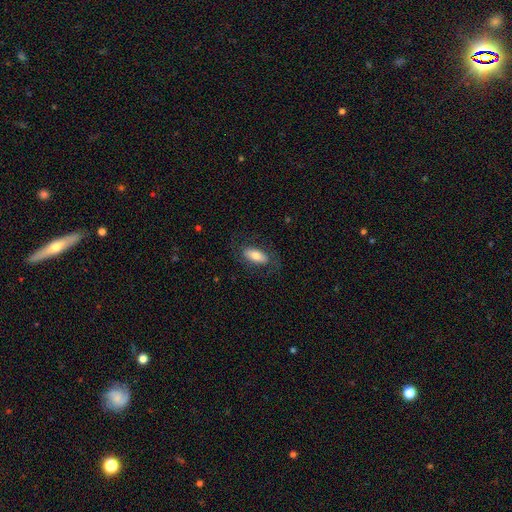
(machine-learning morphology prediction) Q: Smooth or featured?
A: smooth (69%); runner-up: featured or disk (24%)
Q: How rounded?
A: in between (85%); runner-up: cigar-shaped (12%)
Q: Merging?
A: none (75%); runner-up: minor disturbance (15%)